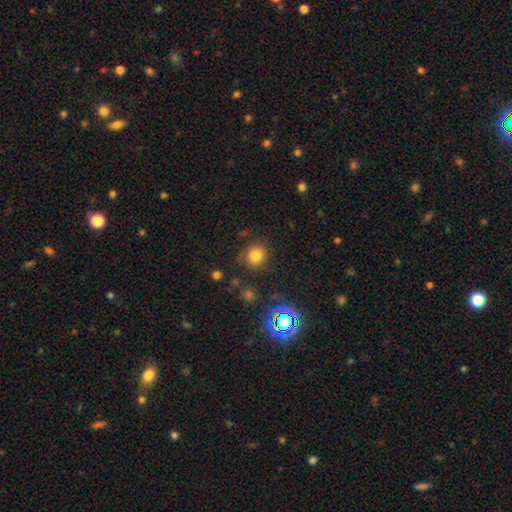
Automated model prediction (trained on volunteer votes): A smooth galaxy with no disk features (77%) that is round (88%). Merging: none (78%).